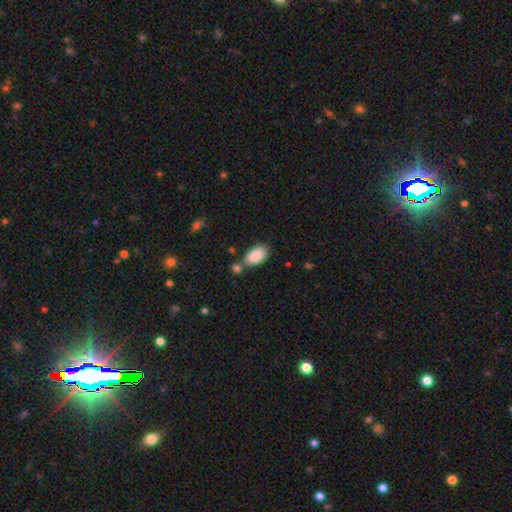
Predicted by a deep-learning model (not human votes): Smooth or featured: smooth — 88% (star or artifact — 6%)
How rounded: in between — 94% (round — 4%)
Merging: none — 62% (merger — 19%)